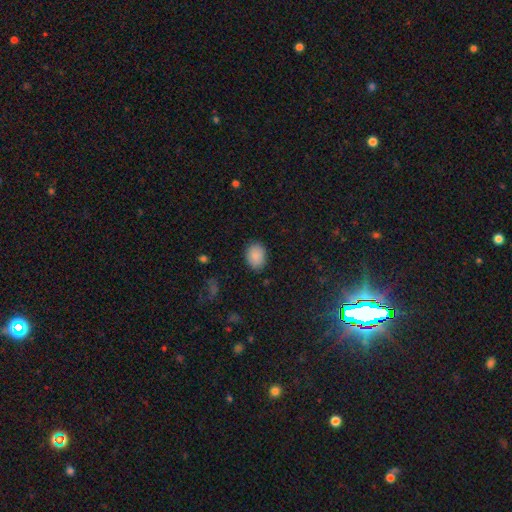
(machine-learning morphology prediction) Q: Smooth or featured?
A: smooth (88%); runner-up: star or artifact (8%)
Q: How rounded?
A: in between (66%); runner-up: round (33%)
Q: Merging?
A: none (86%); runner-up: minor disturbance (11%)